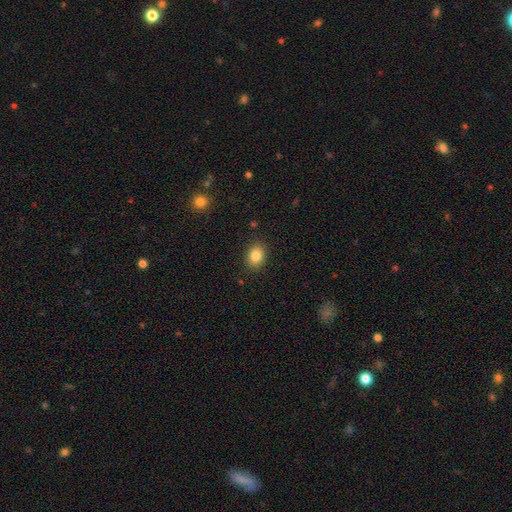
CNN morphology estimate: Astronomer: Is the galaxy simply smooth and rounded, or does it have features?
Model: smooth — 84%.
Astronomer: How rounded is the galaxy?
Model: in between — 65%.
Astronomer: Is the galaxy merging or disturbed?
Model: none — 87%.